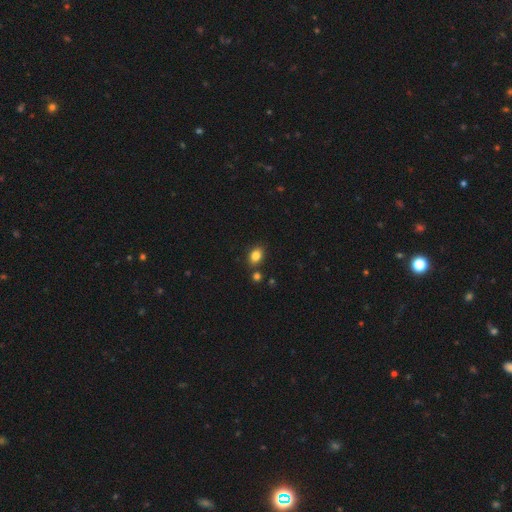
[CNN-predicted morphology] Smooth or featured? smooth (84%)
How rounded? in between (69%)
Merging? none (78%)